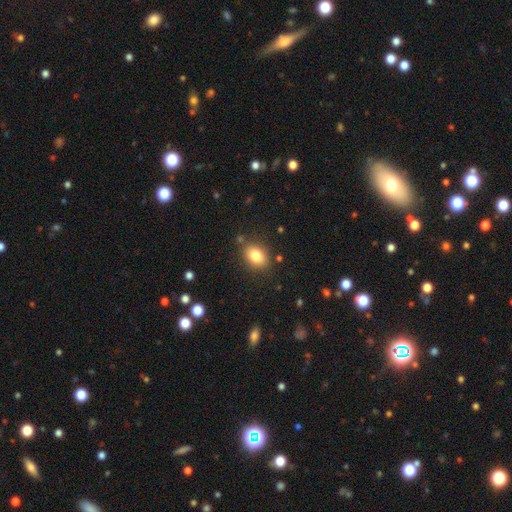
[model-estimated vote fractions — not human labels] The model was most divided on "how rounded": in between: 71%, round: 27%, cigar-shaped: 1%. More confident: merging — none (83%); smooth or featured — smooth (82%).